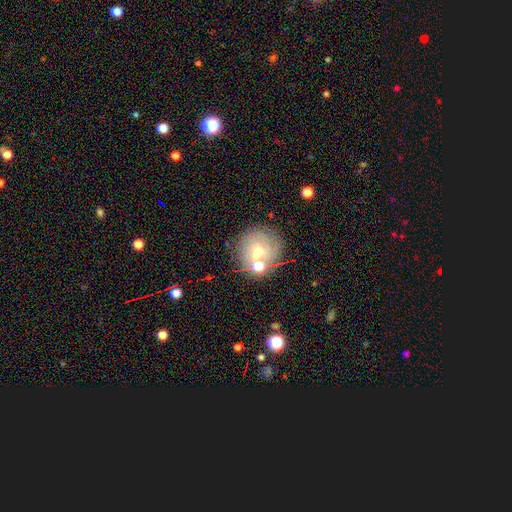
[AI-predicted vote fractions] This appears to be a smooth galaxy with no disk features (43%). Merging: none (61%).